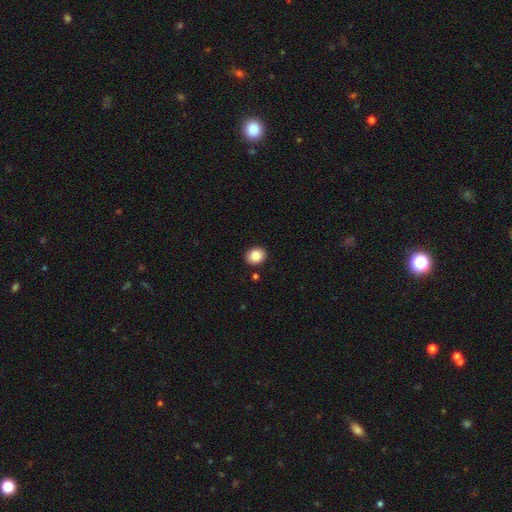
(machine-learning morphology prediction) This appears to be a smooth galaxy with no disk features (87%) that is round (57%). Merging: none (89%).